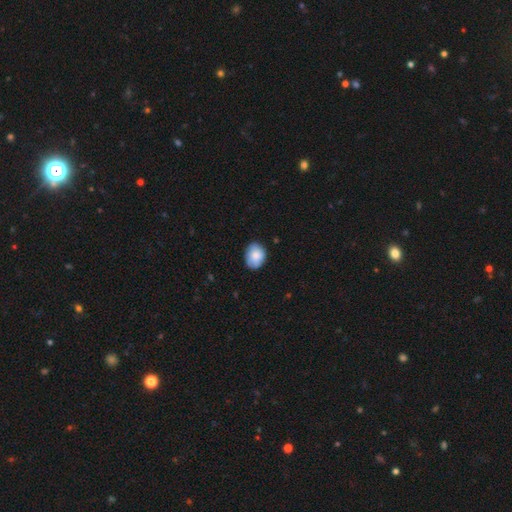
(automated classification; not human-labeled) smooth 82%, featured or disk 12%, star or artifact 7%. Down the decision tree: how rounded — in between (61%); merging — none (76%).